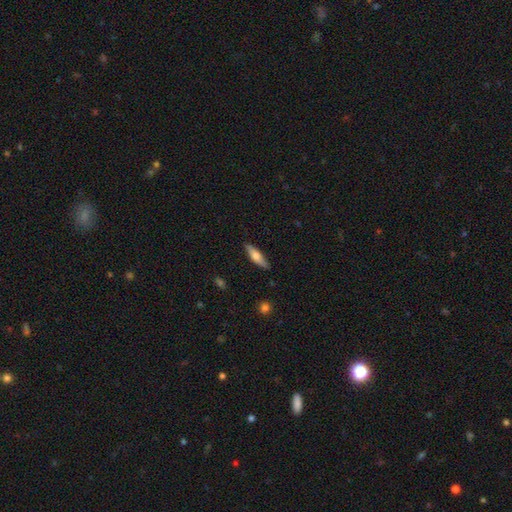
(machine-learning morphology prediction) Smooth or featured: smooth — 58% (featured or disk — 36%)
How rounded: cigar-shaped — 64% (in between — 33%)
Merging: none — 84% (minor disturbance — 13%)